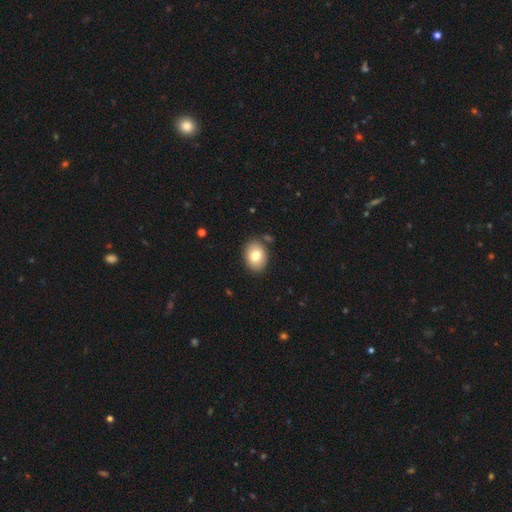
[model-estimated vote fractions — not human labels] smooth 78%, featured or disk 13%, star or artifact 8%. Down the decision tree: how rounded — in between (63%); merging — none (86%).